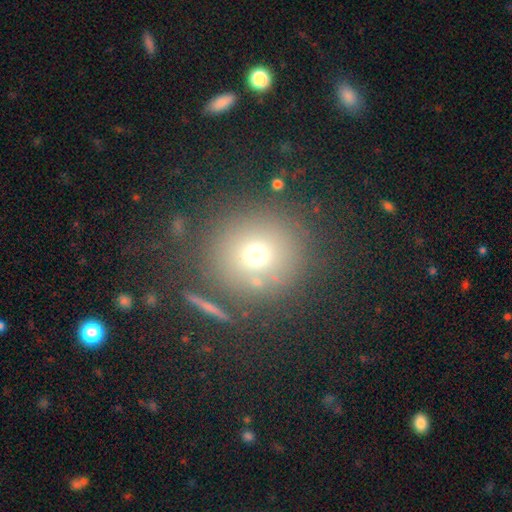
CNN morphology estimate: smooth 62%, star or artifact 24%, featured or disk 14%. Down the decision tree: how rounded — round (90%); merging — none (82%).